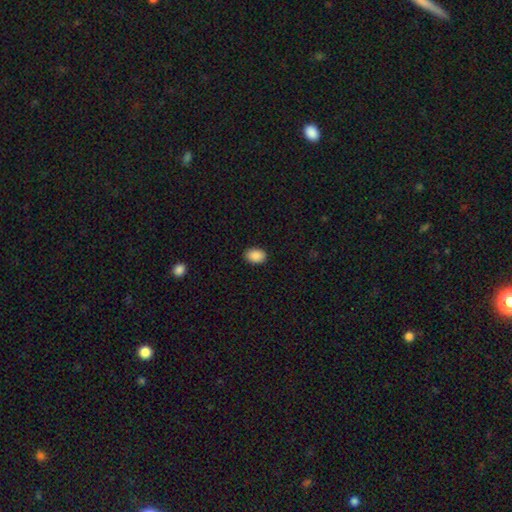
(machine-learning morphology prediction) Q: Smooth or featured?
A: smooth (90%); runner-up: star or artifact (8%)
Q: How rounded?
A: in between (82%); runner-up: round (17%)
Q: Merging?
A: none (90%); runner-up: minor disturbance (8%)